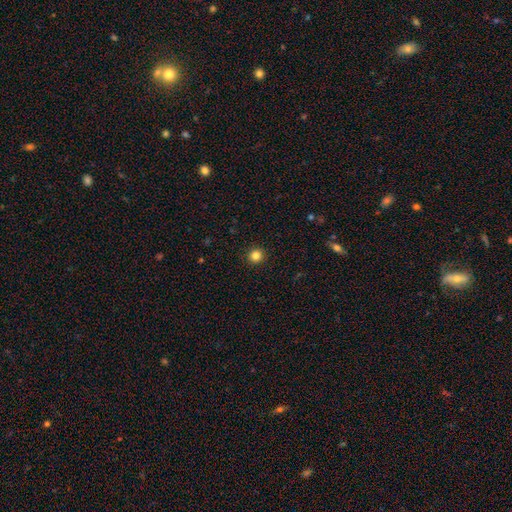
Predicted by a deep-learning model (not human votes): Morphology: type=smooth (83%); roundness=round (95%); merging=none (93%).